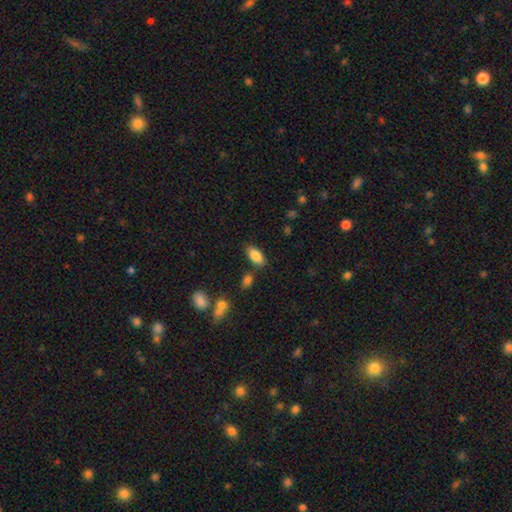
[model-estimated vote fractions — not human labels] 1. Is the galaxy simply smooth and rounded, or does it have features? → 86% smooth, 7% star or artifact, 7% featured or disk.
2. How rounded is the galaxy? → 92% in between, 6% cigar-shaped, 3% round.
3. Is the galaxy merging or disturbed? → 79% none, 12% minor disturbance, 6% merger, 3% major disturbance.